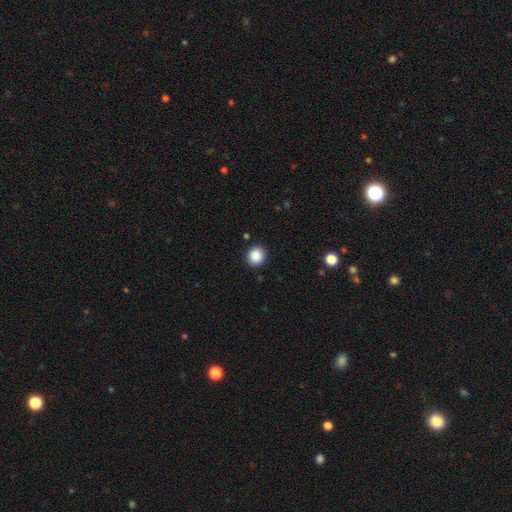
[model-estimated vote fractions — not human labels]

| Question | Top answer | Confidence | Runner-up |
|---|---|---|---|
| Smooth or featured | smooth | 88% | star or artifact (9%) |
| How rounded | round | 84% | in between (15%) |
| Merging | none | 91% | minor disturbance (6%) |